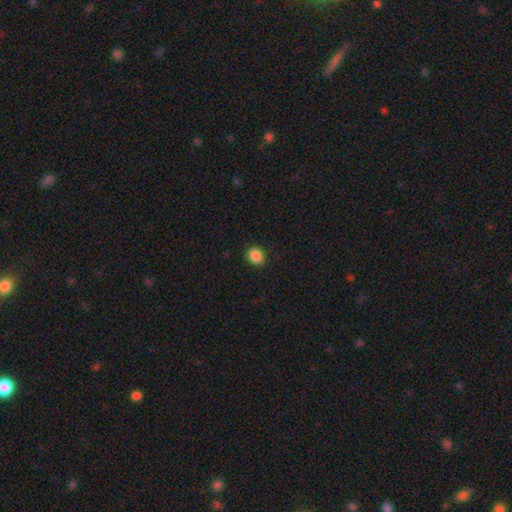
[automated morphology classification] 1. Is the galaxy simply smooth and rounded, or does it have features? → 88% smooth, 9% star or artifact, 3% featured or disk.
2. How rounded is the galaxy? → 72% round, 27% in between, 1% cigar-shaped.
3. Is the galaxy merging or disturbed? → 90% none, 7% minor disturbance, 2% major disturbance, 1% merger.